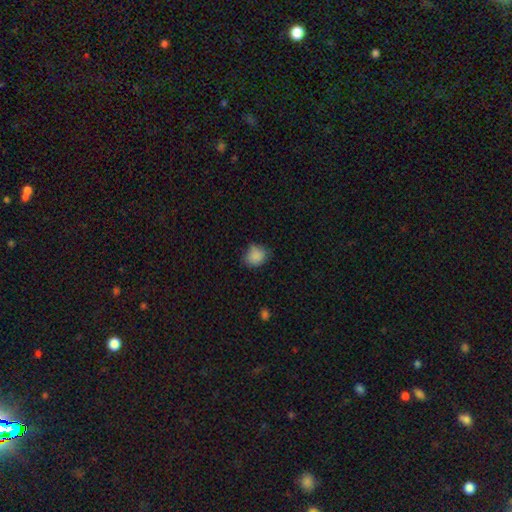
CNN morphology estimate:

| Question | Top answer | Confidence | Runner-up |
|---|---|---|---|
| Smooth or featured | smooth | 85% | star or artifact (10%) |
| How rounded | round | 68% | in between (31%) |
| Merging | none | 65% | minor disturbance (28%) |